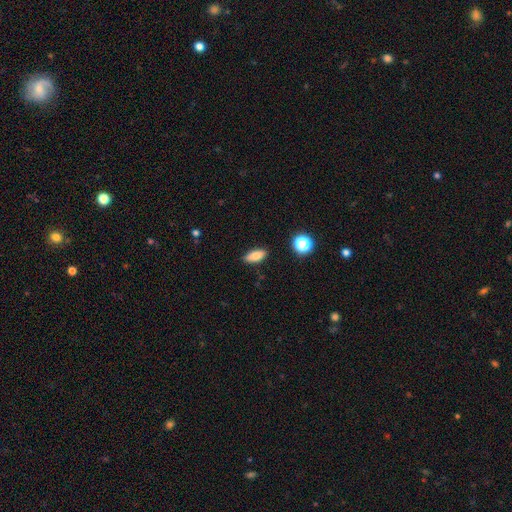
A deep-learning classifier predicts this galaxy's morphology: Q: Smooth or featured?
A: smooth (80%); runner-up: featured or disk (11%)
Q: How rounded?
A: in between (79%); runner-up: cigar-shaped (16%)
Q: Merging?
A: none (87%); runner-up: minor disturbance (9%)